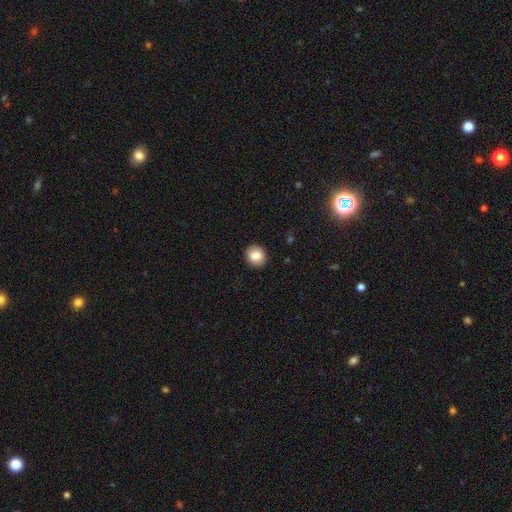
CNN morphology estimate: type=smooth (83%); roundness=round (79%); merging=none (91%).